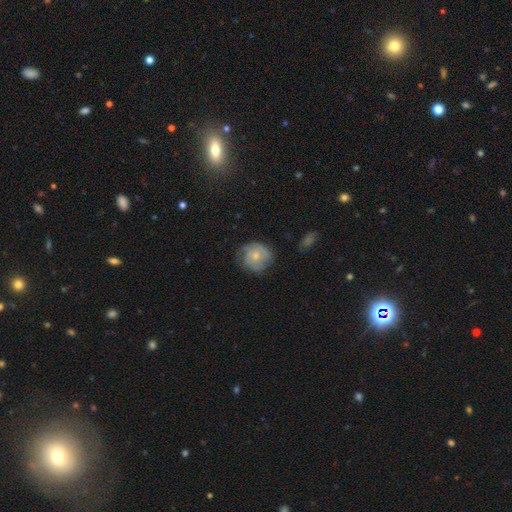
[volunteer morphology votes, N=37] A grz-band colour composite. It shows a featured or disk galaxy (54%) with no bar (80%), tight (64%) spiral arms (70%) and a small central bulge (60%). Merging: none (58%).